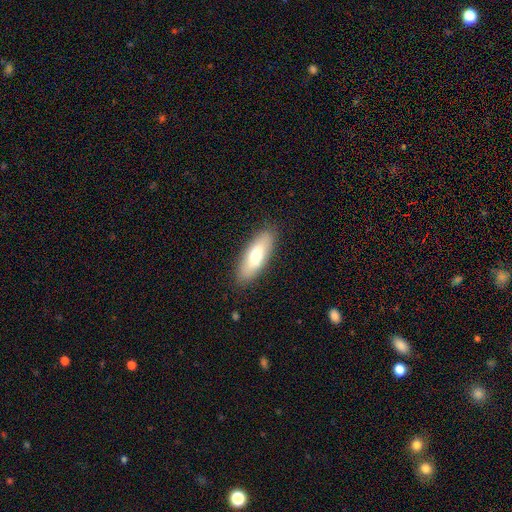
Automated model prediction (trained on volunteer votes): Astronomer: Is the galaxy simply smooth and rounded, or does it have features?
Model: smooth — 68%.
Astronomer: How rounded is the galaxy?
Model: in between — 64%.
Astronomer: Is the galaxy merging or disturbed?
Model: none — 88%.